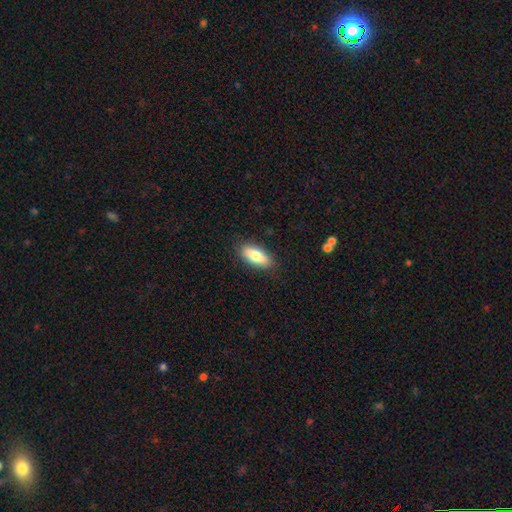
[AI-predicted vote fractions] Morphology: type=smooth (78%); roundness=in between (77%); merging=none (87%).